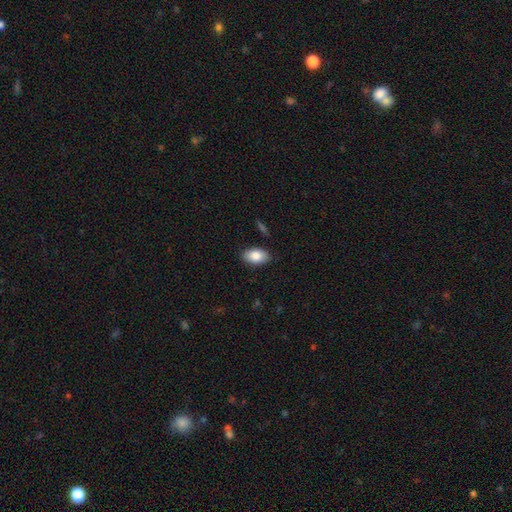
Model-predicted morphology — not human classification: smooth-or-featured: smooth: 85% | featured or disk: 9% | star or artifact: 7%
  how-rounded: in between: 92% | round: 6% | cigar-shaped: 2%
  merging: none: 87% | minor disturbance: 10% | major disturbance: 2% | merger: 1%